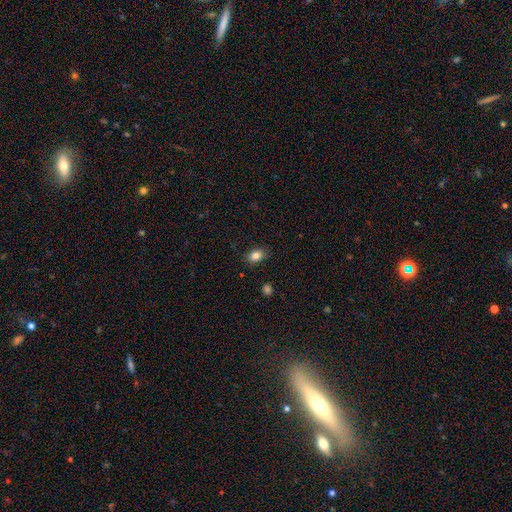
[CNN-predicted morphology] Q: Smooth or featured?
A: smooth (85%); runner-up: star or artifact (9%)
Q: How rounded?
A: in between (78%); runner-up: round (21%)
Q: Merging?
A: none (86%); runner-up: minor disturbance (10%)